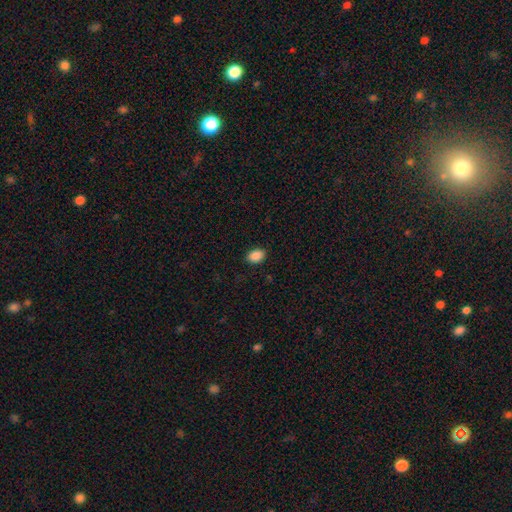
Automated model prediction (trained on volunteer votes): smooth 88%, star or artifact 8%, featured or disk 3%. Down the decision tree: how rounded — in between (79%); merging — none (89%).